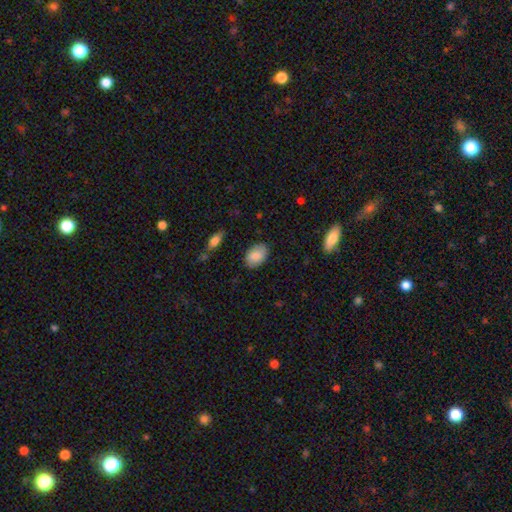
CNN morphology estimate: A smooth galaxy with no disk features (87%) that is in between round and cigar-shaped (87%). Merging: none (84%).